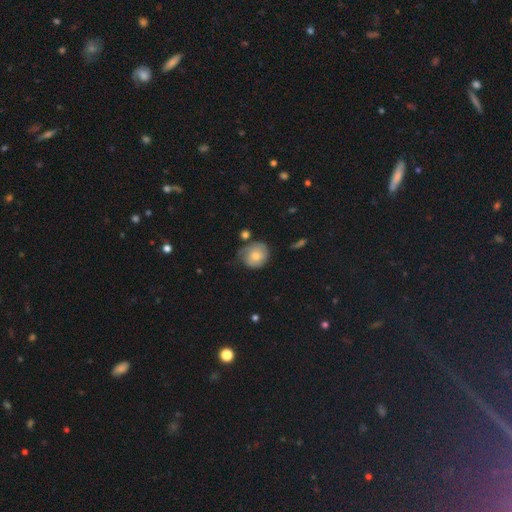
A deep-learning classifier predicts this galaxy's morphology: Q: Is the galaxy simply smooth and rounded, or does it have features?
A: smooth — 65%.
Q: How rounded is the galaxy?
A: round — 79%.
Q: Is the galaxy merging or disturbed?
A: none — 50%.